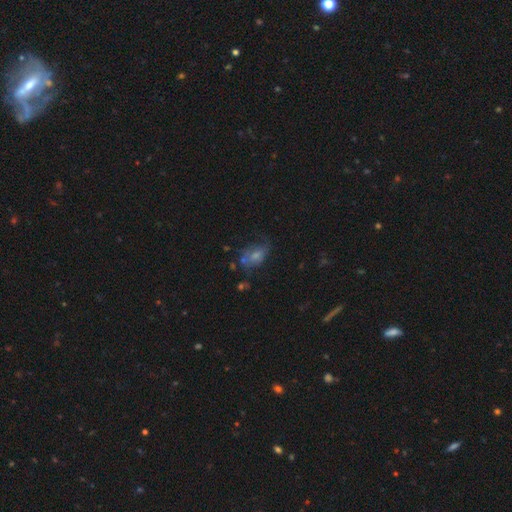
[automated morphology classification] This is possibly a smooth galaxy (60%). How rounded: clearly in between (84%). Merging: marginally none (40%).